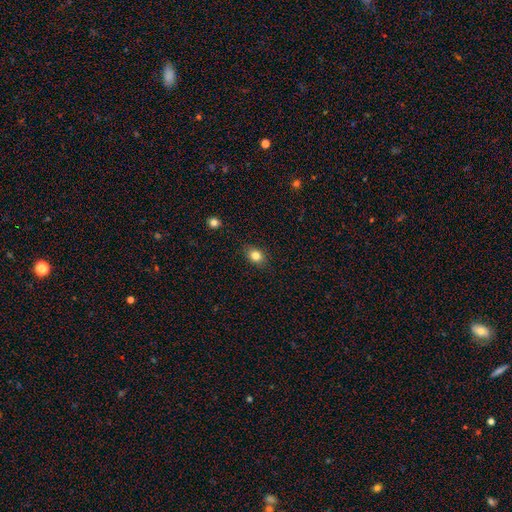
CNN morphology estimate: Smooth or featured?
  - smooth: 81% *
  - star or artifact: 11%
  - featured or disk: 8%
How rounded?
  - in between: 56% *
  - round: 42%
  - cigar-shaped: 2%
Merging?
  - none: 84% *
  - minor disturbance: 13%
  - major disturbance: 3%
  - merger: 1%